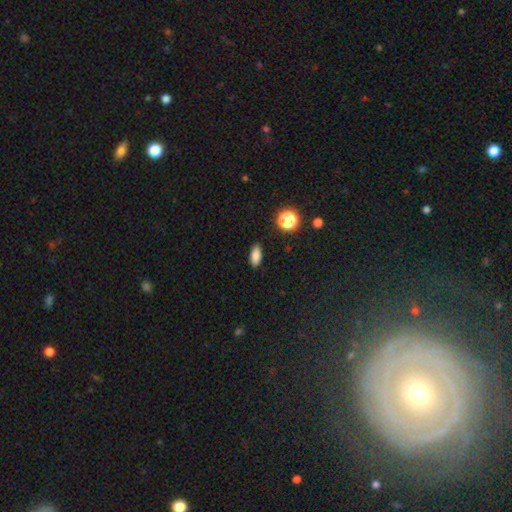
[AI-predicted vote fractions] This is clearly a smooth galaxy (83%). How rounded: clearly in between (82%). Merging: clearly none (87%).